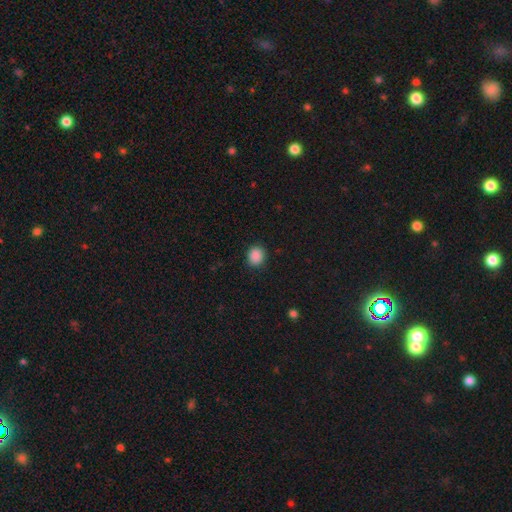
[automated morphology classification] Overall: smooth (88%). How rounded: round (74%). Merging: none (90%).